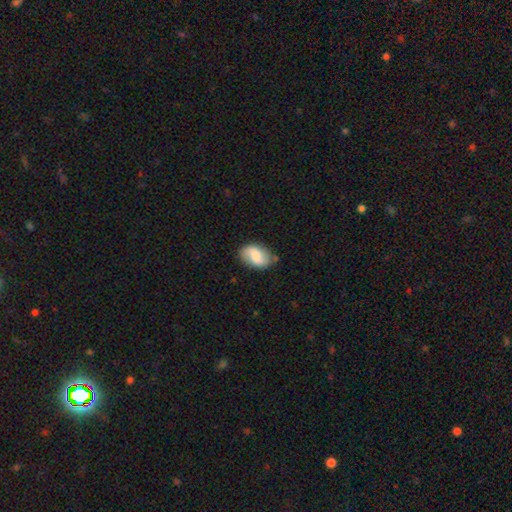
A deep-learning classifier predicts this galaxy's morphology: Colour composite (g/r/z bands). It shows a smooth galaxy with no disk features (59%) that is in between round and cigar-shaped (87%). Merging: none (71%).